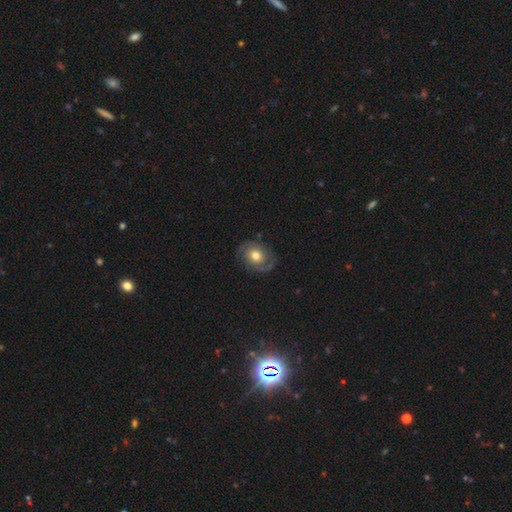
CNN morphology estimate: Smooth or featured: featured or disk — 57% (smooth — 36%)
Edge-on disk: no — 96% (yes — 4%)
Bar: no — 80% (weak — 16%)
Spiral arms: yes — 76% (no — 24%)
Bulge size: moderate — 73% (large — 16%)
Merging: none — 78% (minor disturbance — 15%)